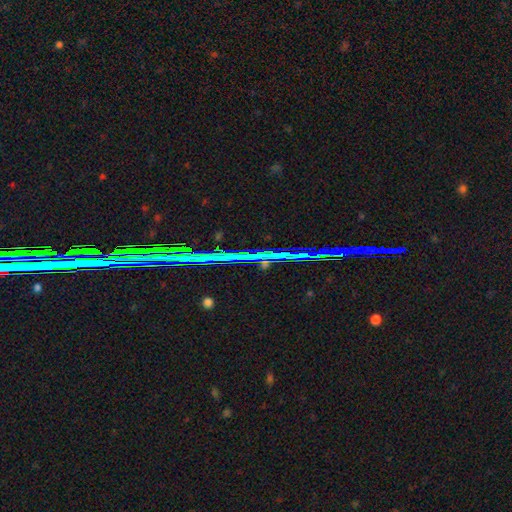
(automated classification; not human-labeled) Smooth or featured?
  - star or artifact: 82% *
  - featured or disk: 11%
  - smooth: 7%